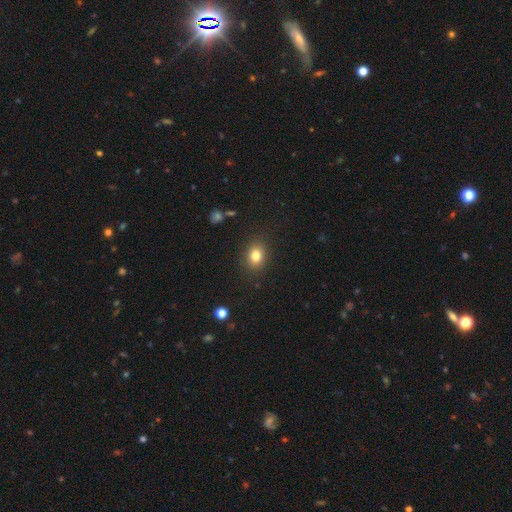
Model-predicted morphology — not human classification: Smooth or featured: smooth — 80% (star or artifact — 12%)
How rounded: in between — 54% (round — 45%)
Merging: none — 86% (minor disturbance — 9%)